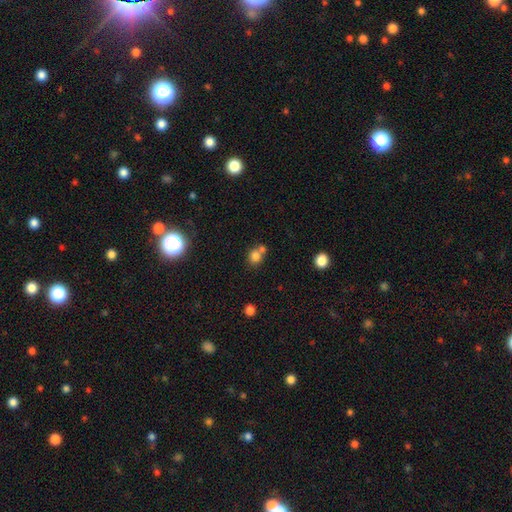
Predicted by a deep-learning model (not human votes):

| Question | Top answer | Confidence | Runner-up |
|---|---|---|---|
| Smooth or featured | smooth | 78% | star or artifact (13%) |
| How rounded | round | 79% | in between (20%) |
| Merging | none | 48% | merger (41%) |